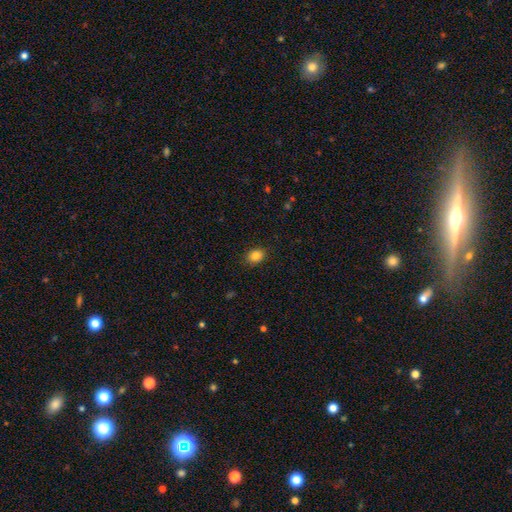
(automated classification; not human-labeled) Morphology: type=smooth (85%); roundness=in between (62%); merging=none (86%).